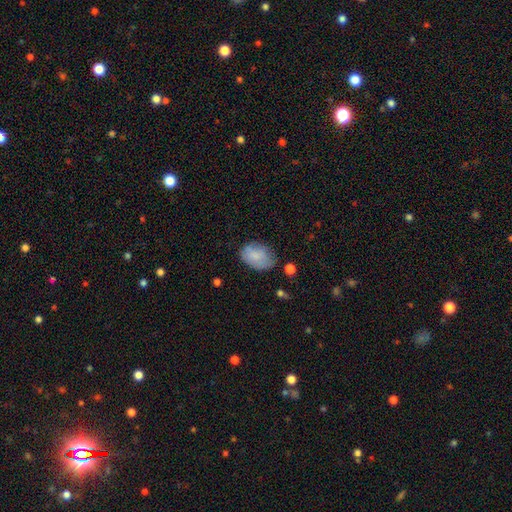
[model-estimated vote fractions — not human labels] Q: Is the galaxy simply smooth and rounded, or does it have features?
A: smooth — 78%.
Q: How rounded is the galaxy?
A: in between — 83%.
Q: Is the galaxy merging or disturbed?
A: none — 64%.